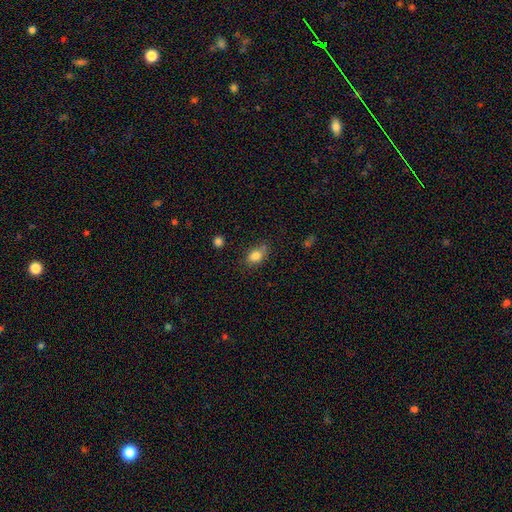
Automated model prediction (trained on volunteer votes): A smooth galaxy with no disk features (83%) that is in between round and cigar-shaped (77%).

Vote fractions:
- Smooth or featured? smooth: 83% / star or artifact: 10% / featured or disk: 7%
- How rounded? in between: 77% / round: 21% / cigar-shaped: 2%
- Merging? none: 67% / minor disturbance: 22% / major disturbance: 5% / merger: 5%